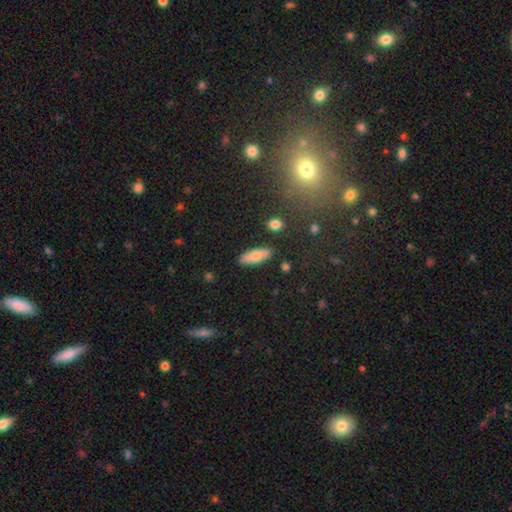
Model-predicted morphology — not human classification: Q: Smooth or featured?
A: smooth (78%); runner-up: featured or disk (16%)
Q: How rounded?
A: in between (65%); runner-up: cigar-shaped (32%)
Q: Merging?
A: none (87%); runner-up: minor disturbance (9%)